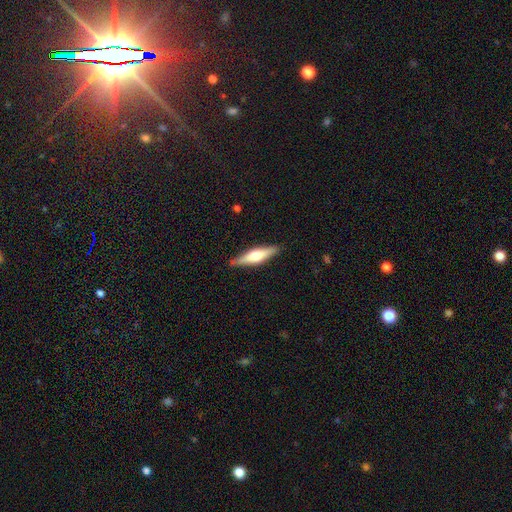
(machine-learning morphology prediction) Smooth or featured?
  - featured or disk: 55% *
  - smooth: 40%
  - star or artifact: 6%
Edge-on disk?
  - yes: 95% *
  - no: 5%
Edge-on bulge?
  - rounded: 86% *
  - boxy: 10%
  - none: 4%
Merging?
  - none: 87% *
  - minor disturbance: 10%
  - major disturbance: 2%
  - merger: 1%